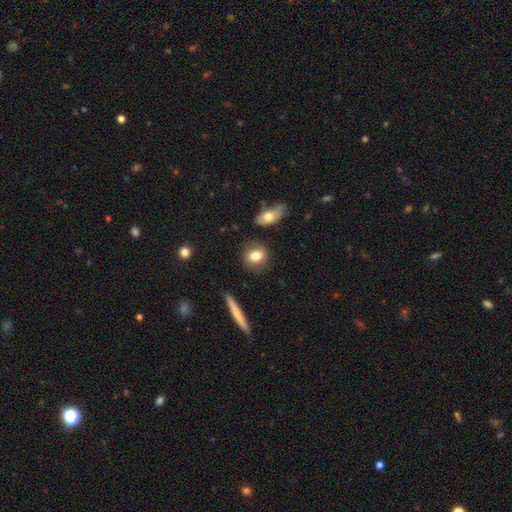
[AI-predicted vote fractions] Smooth or featured? Predicted: smooth (p=0.78). How rounded? Predicted: round (p=0.62). Merging? Predicted: none (p=0.84).